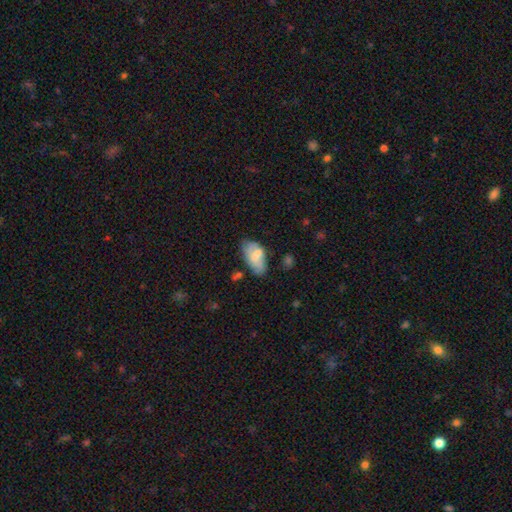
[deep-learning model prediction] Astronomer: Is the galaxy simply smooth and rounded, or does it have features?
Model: smooth — 66%.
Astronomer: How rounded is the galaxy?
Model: in between — 93%.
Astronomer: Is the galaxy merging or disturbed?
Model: none — 46% (runner-up: minor disturbance, 32%).